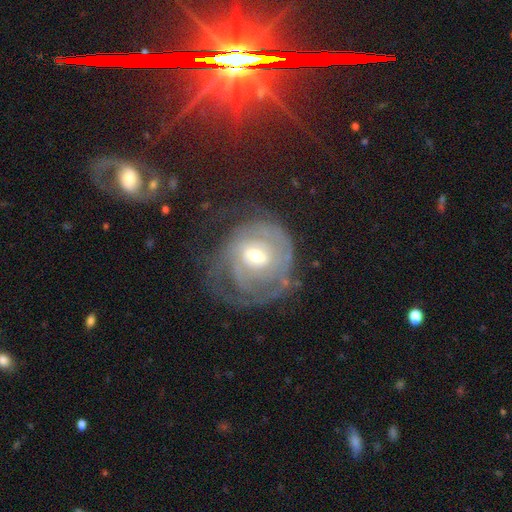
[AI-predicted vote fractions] This appears to be a featured or disk galaxy (80%) with a weak bar (47%), tight (62%) spiral arms (86%) and a moderate central bulge (57%). Merging: none (52%).